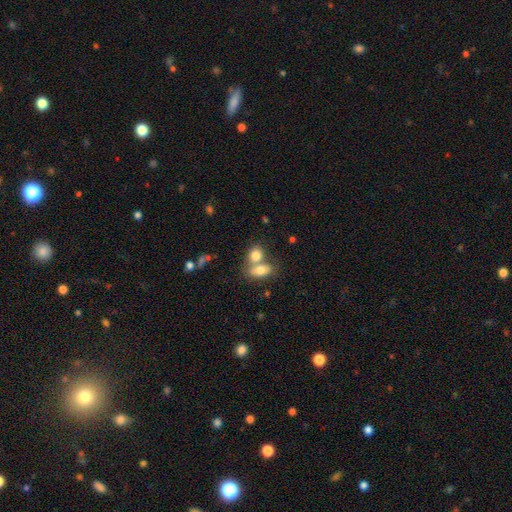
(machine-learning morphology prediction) type=smooth (78%); roundness=in between (63%); merging=merger (56%).